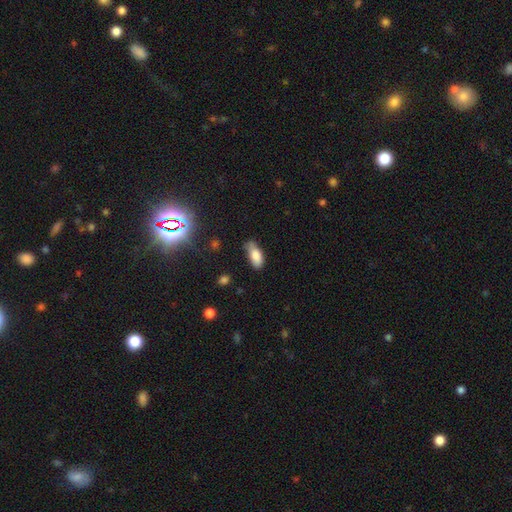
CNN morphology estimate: type=smooth (81%); roundness=in between (88%); merging=none (47%).